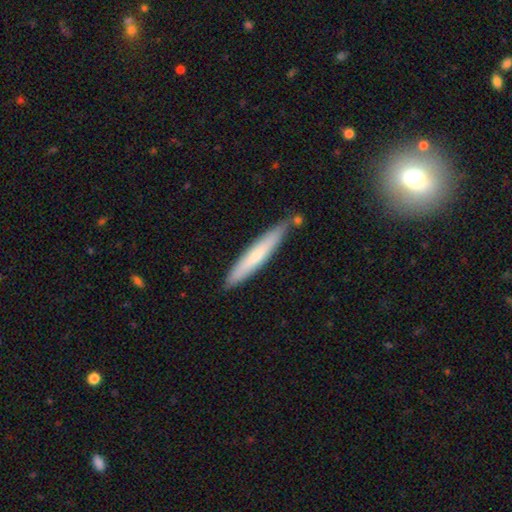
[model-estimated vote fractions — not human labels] smooth-or-featured: smooth: 65% | featured or disk: 30% | star or artifact: 5%
  how-rounded: cigar-shaped: 93% | in between: 6% | round: 1%
  merging: none: 79% | minor disturbance: 14% | merger: 5% | major disturbance: 2%